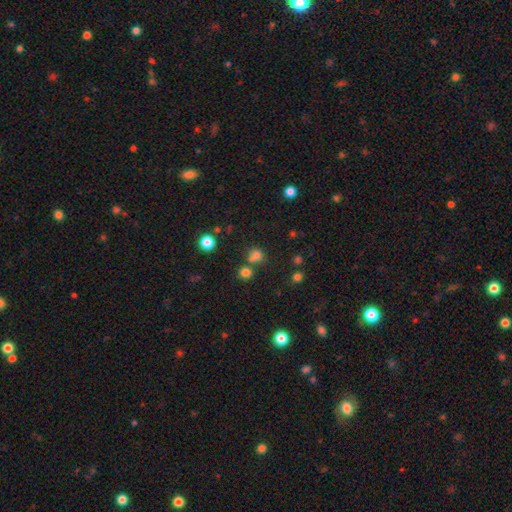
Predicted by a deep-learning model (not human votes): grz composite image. It shows a smooth galaxy with no disk features (70%) that is round (84%). Merging: none (60%).